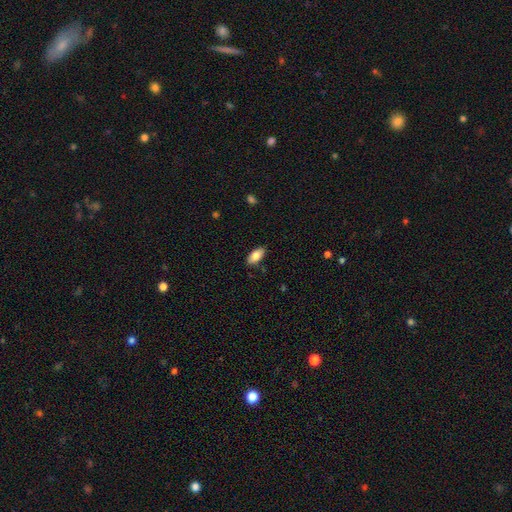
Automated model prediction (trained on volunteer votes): The model was most divided on "smooth or featured": smooth: 82%, featured or disk: 11%, star or artifact: 7%. More confident: how rounded — in between (90%); merging — none (86%).